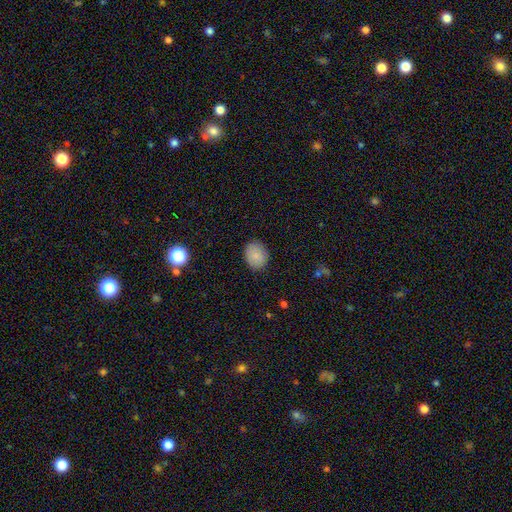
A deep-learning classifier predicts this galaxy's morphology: Smooth or featured? Predicted: smooth (p=0.86). How rounded? Predicted: round (p=0.50). Merging? Predicted: none (p=0.86).